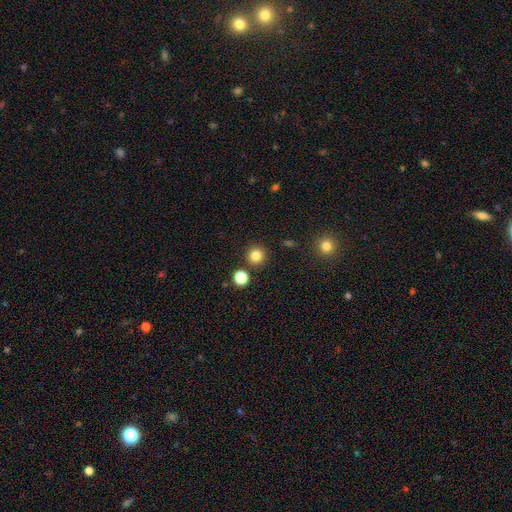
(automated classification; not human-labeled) Smooth or featured: smooth — 83% (star or artifact — 13%)
How rounded: round — 94% (in between — 5%)
Merging: none — 89% (minor disturbance — 5%)